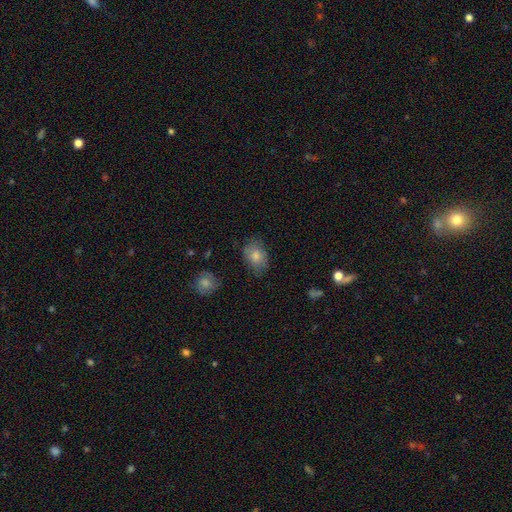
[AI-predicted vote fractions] smooth_or_featured: smooth (p=0.80) [alt: featured or disk p=0.12]
how_rounded: in between (p=0.77) [alt: round p=0.22]
merging: none (p=0.69) [alt: minor disturbance p=0.23]